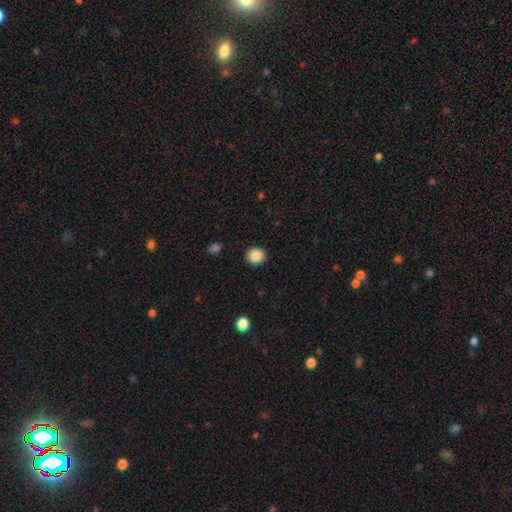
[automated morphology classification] smooth 88%, star or artifact 9%, featured or disk 3%. Down the decision tree: how rounded — round (87%); merging — none (92%).